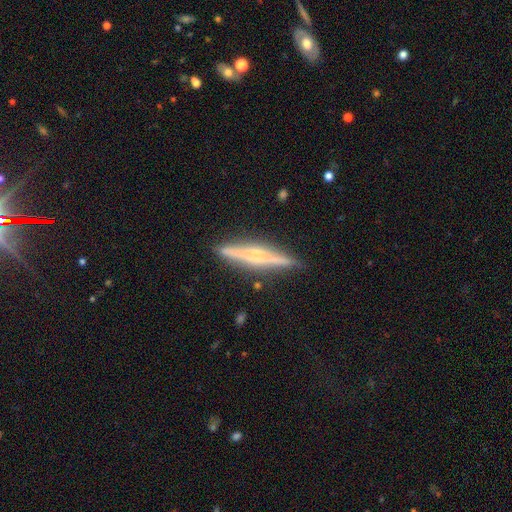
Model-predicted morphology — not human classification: The model was most divided on "smooth or featured": featured or disk: 71%, smooth: 22%, star or artifact: 6%. More confident: edge-on disk — yes (97%); merging — none (87%); edge-on bulge — rounded (71%).